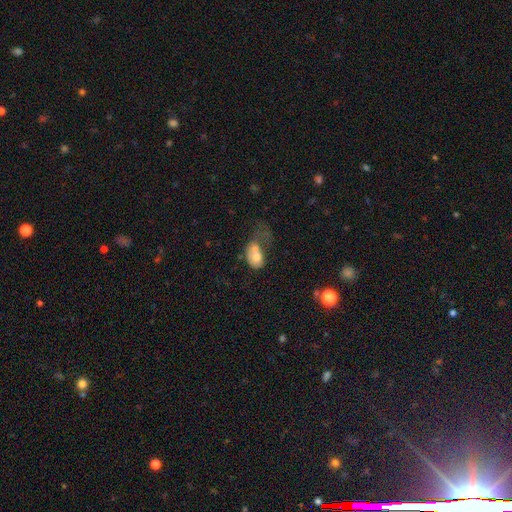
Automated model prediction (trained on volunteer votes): Q: Smooth or featured?
A: smooth (65%); runner-up: featured or disk (26%)
Q: How rounded?
A: in between (77%); runner-up: round (21%)
Q: Merging?
A: merger (45%); runner-up: major disturbance (30%)